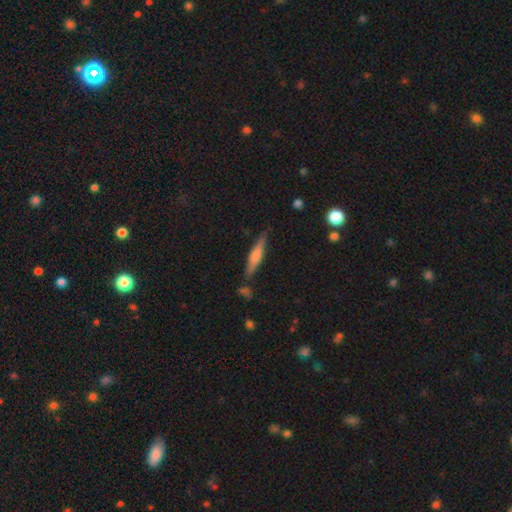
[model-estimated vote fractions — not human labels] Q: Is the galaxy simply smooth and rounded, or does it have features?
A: smooth — 48%.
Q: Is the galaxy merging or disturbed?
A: none — 79%.